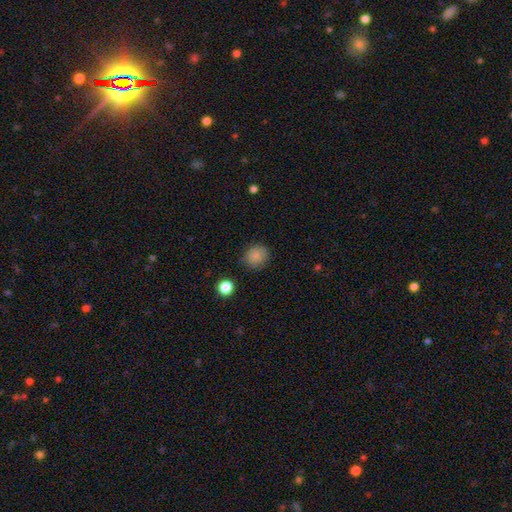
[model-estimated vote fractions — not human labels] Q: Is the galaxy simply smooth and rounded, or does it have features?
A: smooth — 85%.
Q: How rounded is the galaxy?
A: round — 77%.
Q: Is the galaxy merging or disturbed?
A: none — 83%.